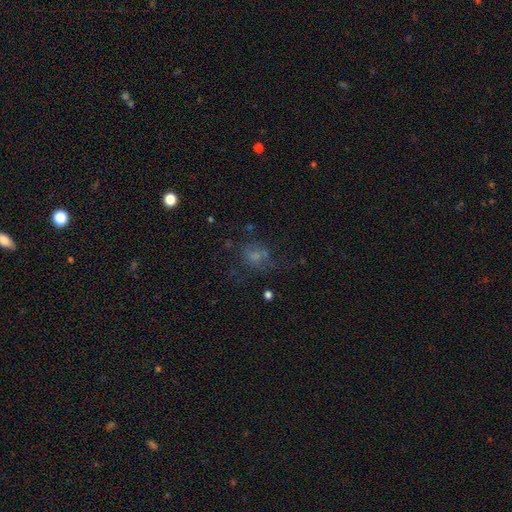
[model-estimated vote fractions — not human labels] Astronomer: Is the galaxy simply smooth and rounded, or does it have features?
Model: smooth — 55%.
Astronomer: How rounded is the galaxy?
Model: round — 50% (runner-up: in between, 48%).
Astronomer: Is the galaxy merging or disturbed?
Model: none — 48% (runner-up: major disturbance, 24%).